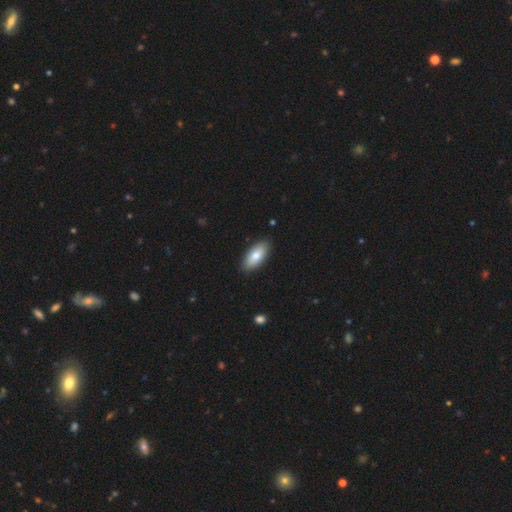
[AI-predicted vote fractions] Morphology: type=smooth (78%); roundness=in between (87%); merging=none (89%).